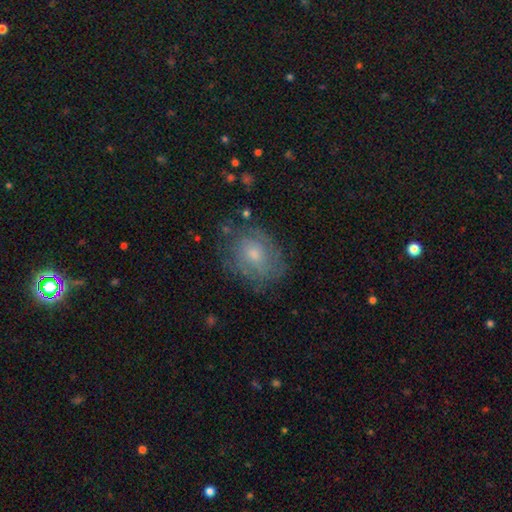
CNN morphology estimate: smooth-or-featured: featured or disk: 45% | smooth: 43% | star or artifact: 12%
  merging: none: 71% | minor disturbance: 19% | major disturbance: 8% | merger: 2%